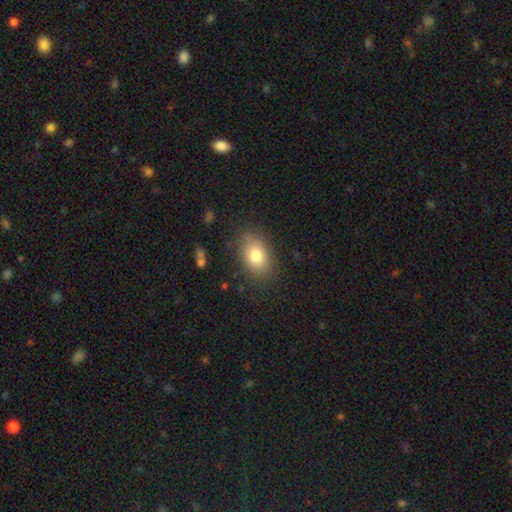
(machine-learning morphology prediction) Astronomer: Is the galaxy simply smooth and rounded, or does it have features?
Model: smooth — 79%.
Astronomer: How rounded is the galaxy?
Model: in between — 82%.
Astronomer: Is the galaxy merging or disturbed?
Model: none — 80%.